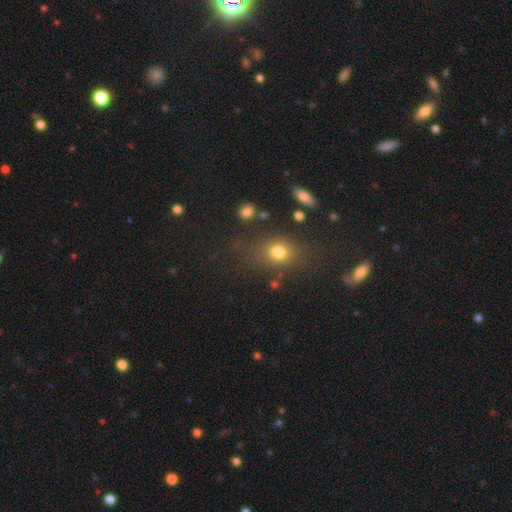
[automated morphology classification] This appears to be a smooth galaxy with no disk features (55%) that is round (54%). Merging: none (76%).